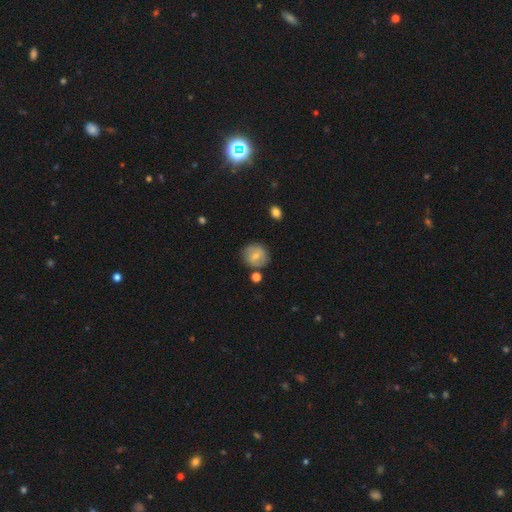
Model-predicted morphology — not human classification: A smooth galaxy with no disk features (60%) that is round (85%). Merging: none (79%).